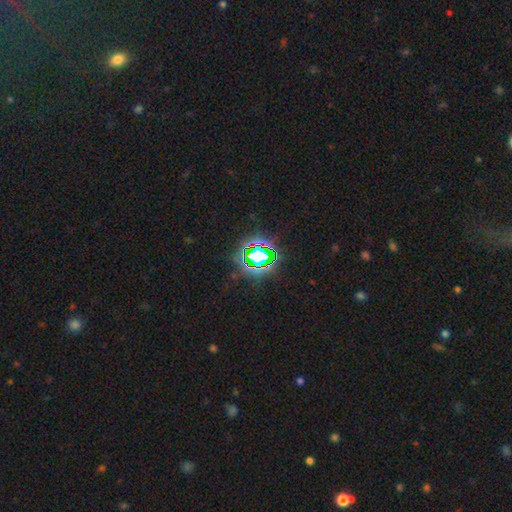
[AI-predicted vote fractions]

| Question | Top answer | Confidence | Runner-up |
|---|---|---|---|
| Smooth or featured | star or artifact | 74% | smooth (16%) |